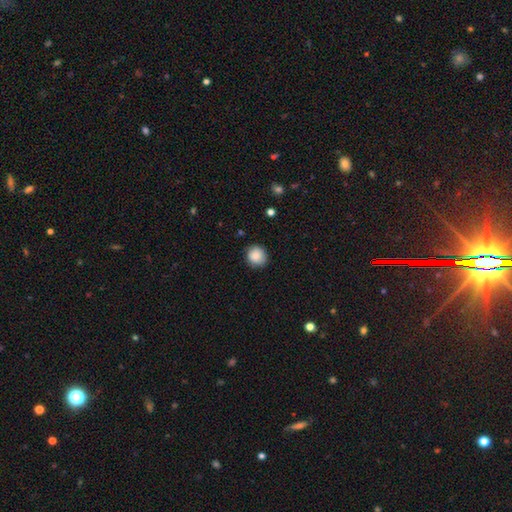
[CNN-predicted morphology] The model was most divided on "merging": none: 84%, minor disturbance: 13%, major disturbance: 2%, merger: 1%. More confident: how rounded — round (89%); smooth or featured — smooth (85%).